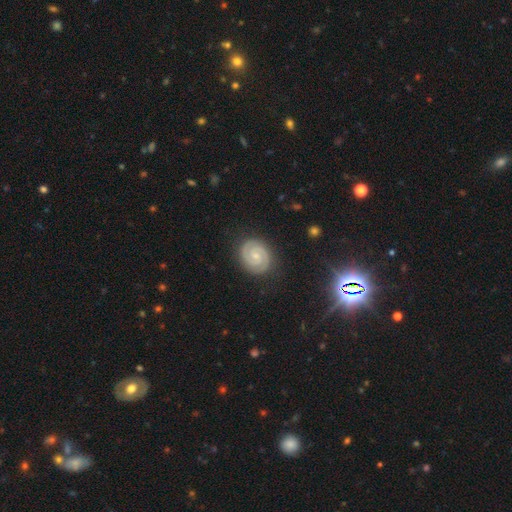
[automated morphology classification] Smooth or featured? featured or disk (87%)
Edge-on disk? no (98%)
Bar? no (53%)
Spiral arms? yes (98%)
Spiral winding? tight (71%)
Spiral arm count? 2 (91%)
Bulge size? small (59%)
Merging? none (86%)